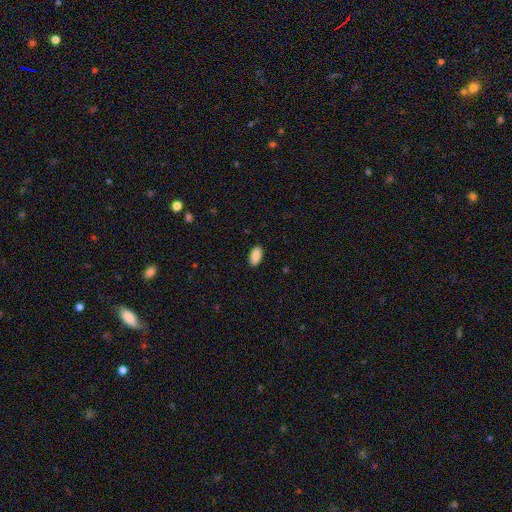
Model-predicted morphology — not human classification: A smooth galaxy with no disk features (88%) that is in between round and cigar-shaped (91%). Merging: none (88%).